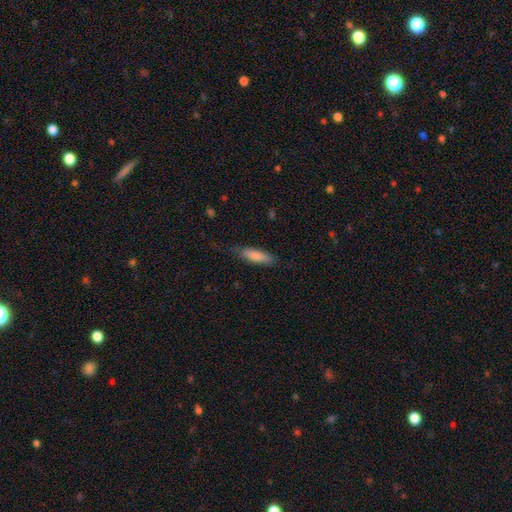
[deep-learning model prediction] Overall: smooth (82%). How rounded: cigar-shaped (51%; in between 48%). Merging: none (70%).